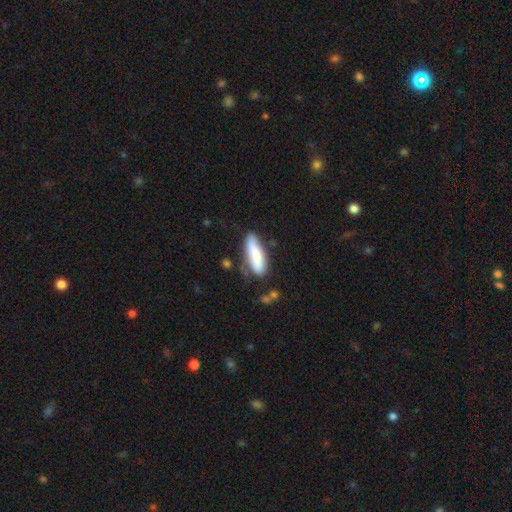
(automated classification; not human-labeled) A smooth galaxy with no disk features (78%) that is cigar-shaped (55%).

Vote fractions:
- Smooth or featured? smooth: 78% / featured or disk: 16% / star or artifact: 6%
- How rounded? cigar-shaped: 55% / in between: 43% / round: 2%
- Merging? none: 67% / minor disturbance: 22% / major disturbance: 6% / merger: 5%